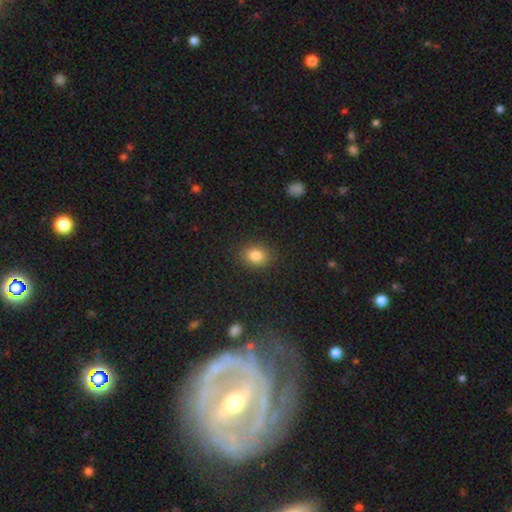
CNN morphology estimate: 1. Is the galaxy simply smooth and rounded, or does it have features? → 82% smooth, 12% star or artifact, 6% featured or disk.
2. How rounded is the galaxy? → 50% round, 49% in between, 1% cigar-shaped.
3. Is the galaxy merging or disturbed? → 87% none, 9% minor disturbance, 3% major disturbance, 1% merger.